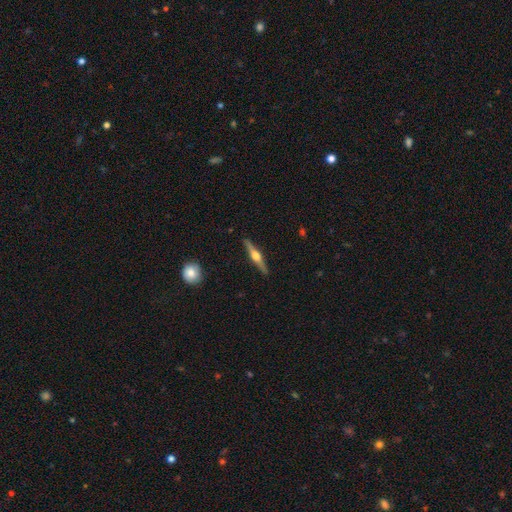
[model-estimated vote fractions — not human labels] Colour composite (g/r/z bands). It shows a featured or disk galaxy (78%) viewed edge-on (98%) with a rounded central bulge (94%). Merging: none (91%).